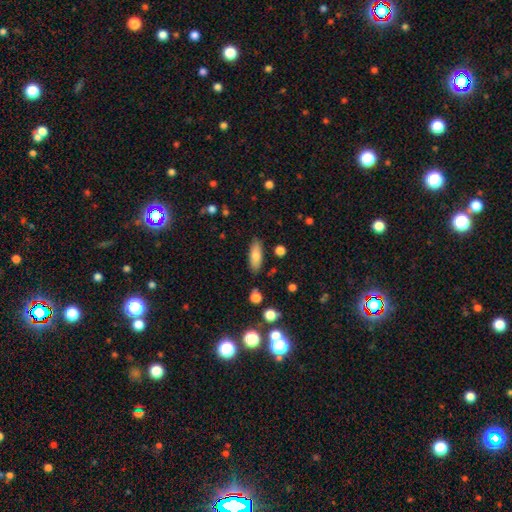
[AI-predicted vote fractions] Smooth or featured? smooth (77%)
How rounded? in between (66%)
Merging? none (84%)